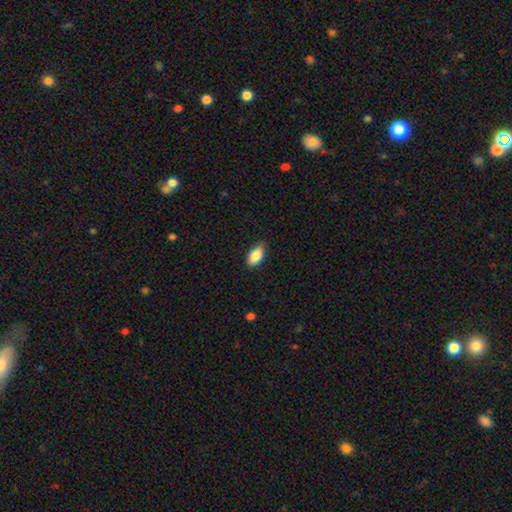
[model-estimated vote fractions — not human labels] A smooth galaxy with no disk features (86%) that is in between round and cigar-shaped (91%). Merging: none (79%).